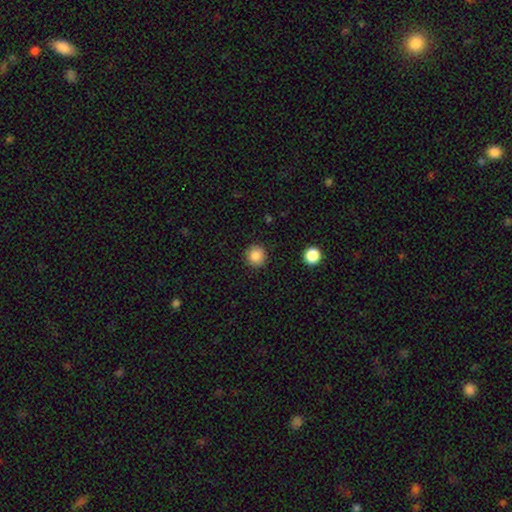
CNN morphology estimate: A smooth galaxy with no disk features (86%) that is round (93%).

Vote fractions:
- Smooth or featured? smooth: 86% / star or artifact: 10% / featured or disk: 4%
- How rounded? round: 93% / in between: 6% / cigar-shaped: 1%
- Merging? none: 90% / minor disturbance: 6% / major disturbance: 2% / merger: 1%